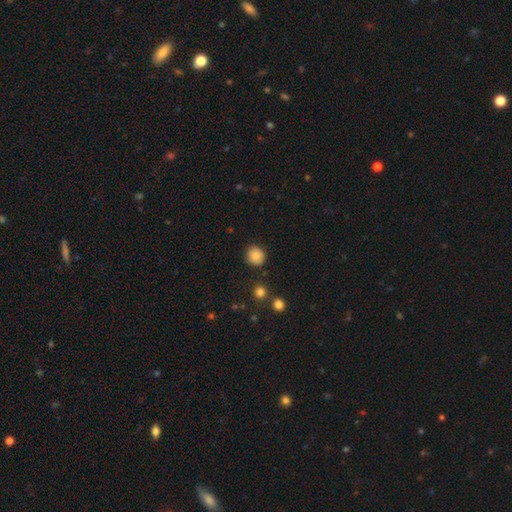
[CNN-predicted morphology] A smooth galaxy with no disk features (81%) that is round (86%).

Vote fractions:
- Smooth or featured? smooth: 81% / featured or disk: 10% / star or artifact: 9%
- How rounded? round: 86% / in between: 13% / cigar-shaped: 1%
- Merging? none: 84% / minor disturbance: 11% / major disturbance: 2% / merger: 2%